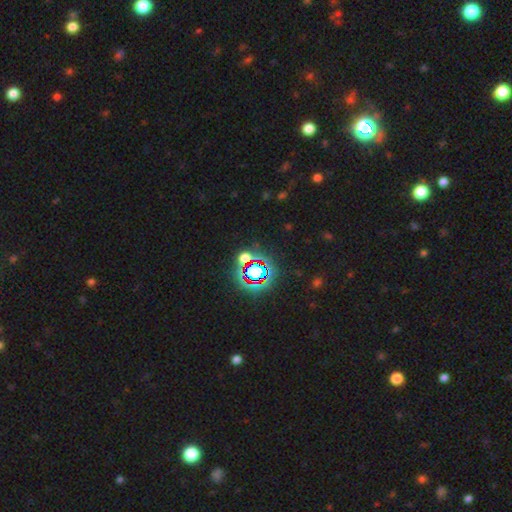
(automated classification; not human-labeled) Smooth or featured? Predicted: star or artifact (p=0.78).